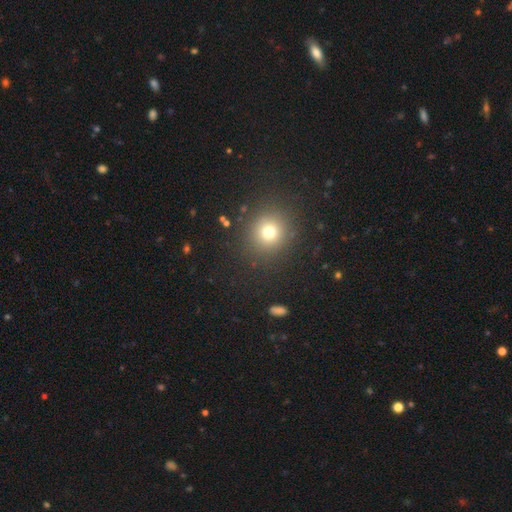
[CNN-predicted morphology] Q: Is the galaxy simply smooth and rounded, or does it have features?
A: smooth — 62%.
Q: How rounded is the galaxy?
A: round — 88%.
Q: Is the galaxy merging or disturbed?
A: none — 91%.